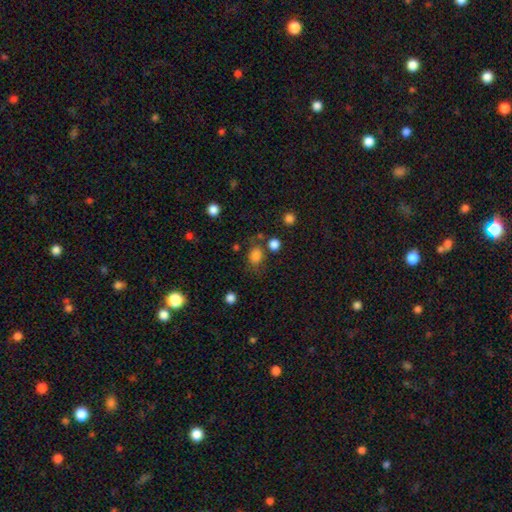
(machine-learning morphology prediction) smooth-or-featured: smooth: 81% | star or artifact: 13% | featured or disk: 6%
  how-rounded: in between: 50% | round: 49% | cigar-shaped: 1%
  merging: none: 65% | minor disturbance: 18% | merger: 9% | major disturbance: 9%